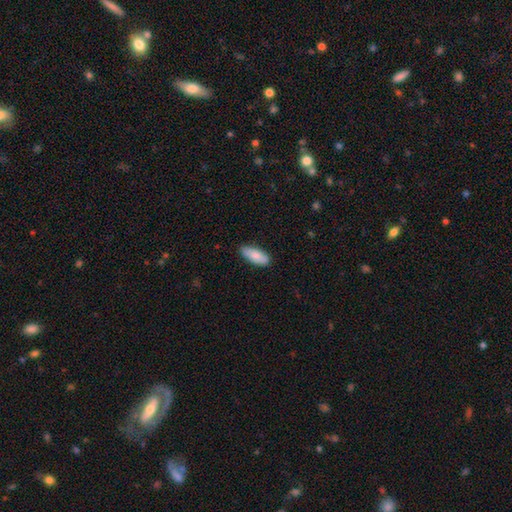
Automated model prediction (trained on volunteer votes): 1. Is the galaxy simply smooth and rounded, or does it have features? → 84% smooth, 10% featured or disk, 6% star or artifact.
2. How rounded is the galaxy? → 79% in between, 19% cigar-shaped, 2% round.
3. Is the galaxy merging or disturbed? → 80% none, 16% minor disturbance, 2% major disturbance, 1% merger.